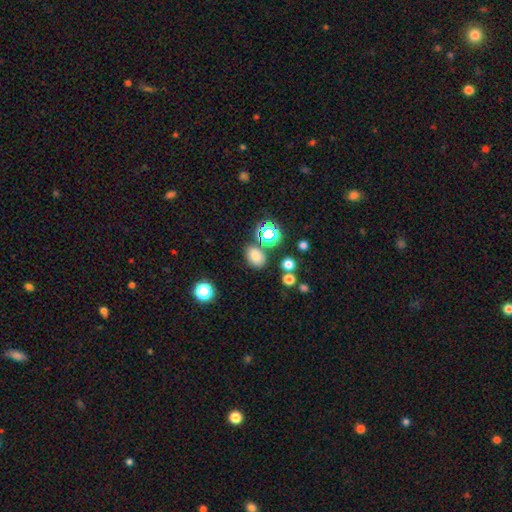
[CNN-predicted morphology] This appears to be a smooth galaxy with no disk features (71%) that is in between round and cigar-shaped (70%). Merging: none (76%).